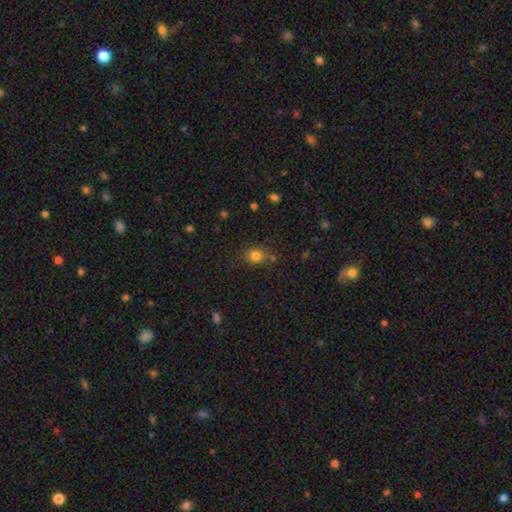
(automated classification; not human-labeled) Overall: smooth (81%). How rounded: round (73%). Merging: none (74%).